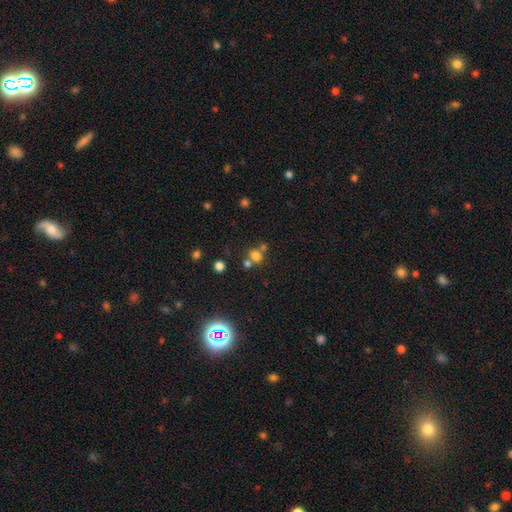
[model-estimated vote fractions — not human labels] smooth 67%, star or artifact 23%, featured or disk 11%. Down the decision tree: how rounded — round (71%); merging — none (50%).